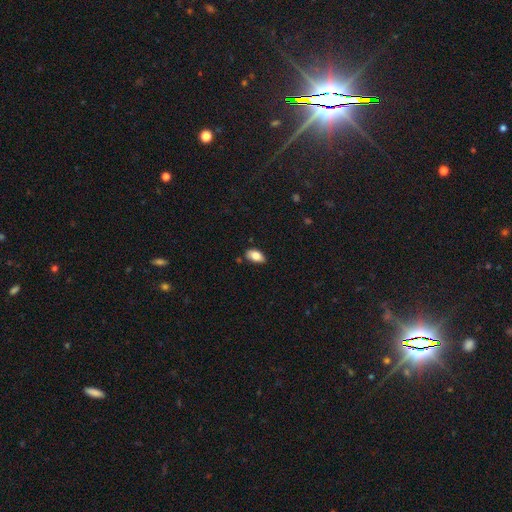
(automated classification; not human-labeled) Smooth or featured? smooth (82%)
How rounded? in between (93%)
Merging? none (81%)